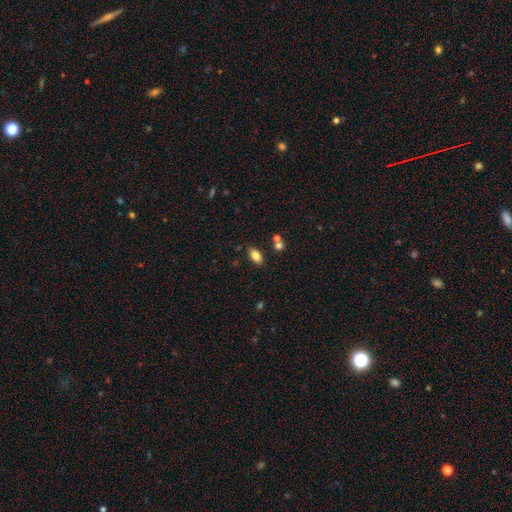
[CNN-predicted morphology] This is clearly a smooth galaxy (81%). How rounded: clearly in between (91%). Merging: clearly none (81%).